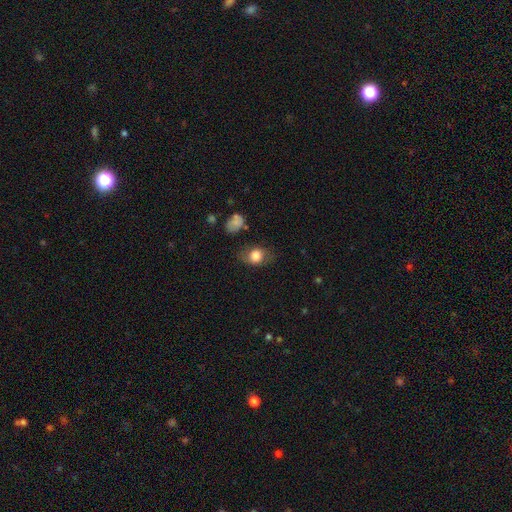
smooth-or-featured: smooth: 67% | featured or disk: 26% | star or artifact: 8%
  how-rounded: in between: 65% | round: 35% | cigar-shaped: 0%
  merging: none: 78% | minor disturbance: 14% | major disturbance: 6% | merger: 3%